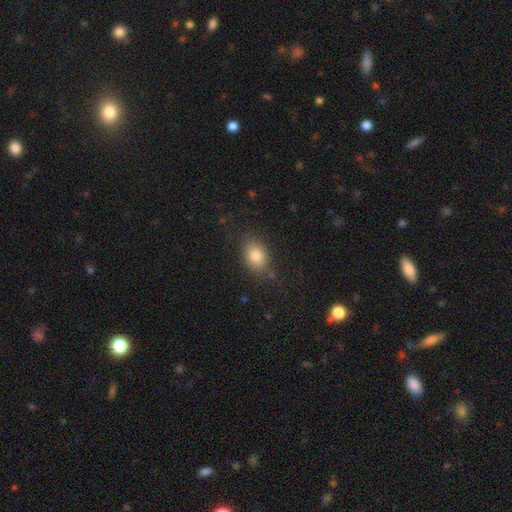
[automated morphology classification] Q: Smooth or featured?
A: smooth (82%); runner-up: star or artifact (9%)
Q: How rounded?
A: in between (77%); runner-up: round (22%)
Q: Merging?
A: none (79%); runner-up: minor disturbance (14%)